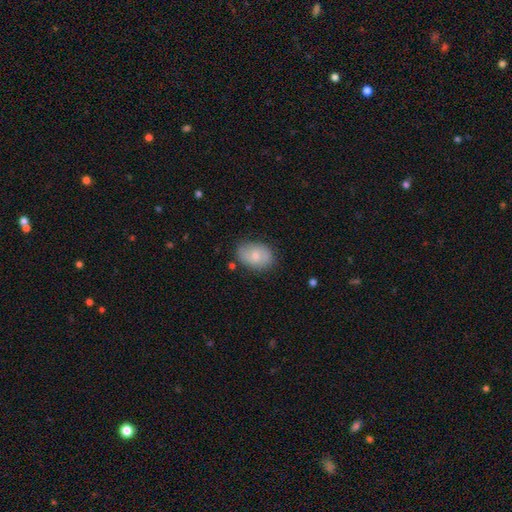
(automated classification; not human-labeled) Smooth or featured? smooth (64%)
How rounded? in between (83%)
Merging? none (77%)